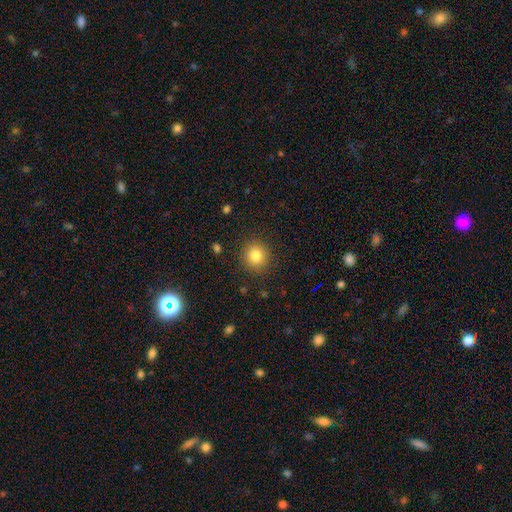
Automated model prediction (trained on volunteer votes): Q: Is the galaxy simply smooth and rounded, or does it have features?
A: smooth — 82%.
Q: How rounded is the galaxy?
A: round — 90%.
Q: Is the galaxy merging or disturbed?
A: none — 89%.